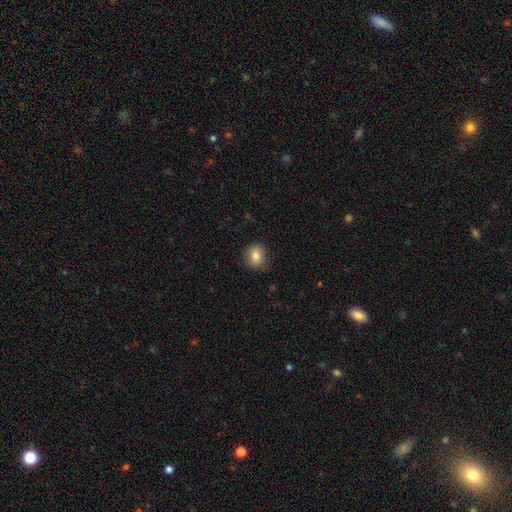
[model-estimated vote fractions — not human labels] Smooth or featured: smooth — 81% (featured or disk — 10%)
How rounded: round — 80% (in between — 19%)
Merging: none — 82% (minor disturbance — 14%)